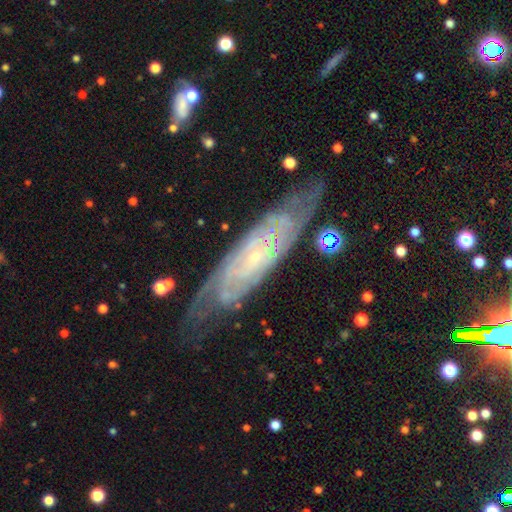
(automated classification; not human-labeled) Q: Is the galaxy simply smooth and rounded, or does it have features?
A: featured or disk — 84%.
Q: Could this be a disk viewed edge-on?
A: no — 82%.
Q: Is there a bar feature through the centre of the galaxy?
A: no — 68%.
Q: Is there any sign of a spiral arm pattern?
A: yes — 95%.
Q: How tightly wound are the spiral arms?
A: tight — 76%.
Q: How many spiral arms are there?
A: can't tell — 48%.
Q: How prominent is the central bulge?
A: small — 85%.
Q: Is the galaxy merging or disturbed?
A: none — 72%.